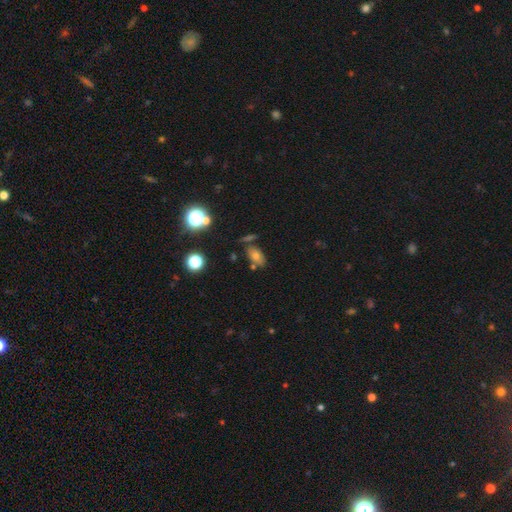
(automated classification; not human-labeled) Q: Smooth or featured?
A: smooth (65%); runner-up: featured or disk (18%)
Q: How rounded?
A: in between (84%); runner-up: round (13%)
Q: Merging?
A: none (65%); runner-up: minor disturbance (16%)